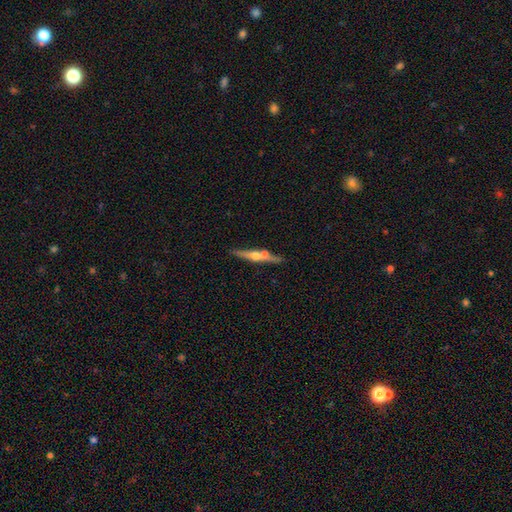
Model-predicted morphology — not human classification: This is likely a featured or disk galaxy (62%). It is clearly viewed edge-on (95%). Edge-on bulge: clearly rounded (89%). Merging: likely none (69%).